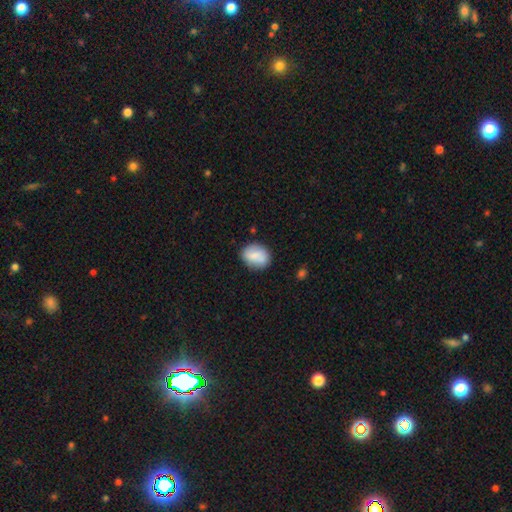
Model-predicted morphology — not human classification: The model was most divided on "how rounded": in between: 55%, round: 44%, cigar-shaped: 1%. More confident: smooth or featured — smooth (80%); merging — none (75%).